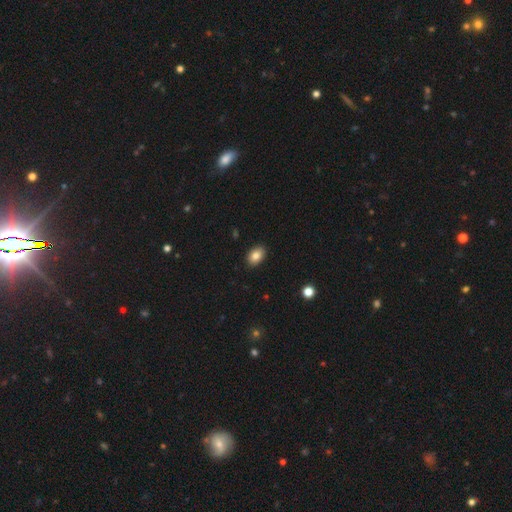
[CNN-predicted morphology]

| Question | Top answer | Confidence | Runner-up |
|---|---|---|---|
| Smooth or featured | smooth | 85% | star or artifact (8%) |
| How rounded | in between | 85% | round (14%) |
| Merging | none | 90% | minor disturbance (8%) |